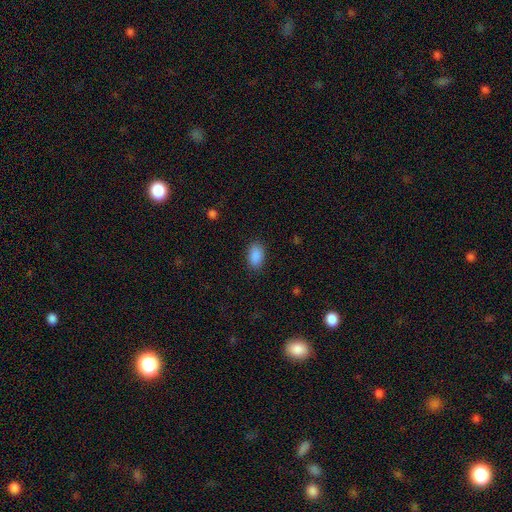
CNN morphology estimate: smooth_or_featured: smooth (p=0.89) [alt: star or artifact p=0.08]
how_rounded: in between (p=0.90) [alt: round p=0.08]
merging: none (p=0.86) [alt: minor disturbance p=0.10]